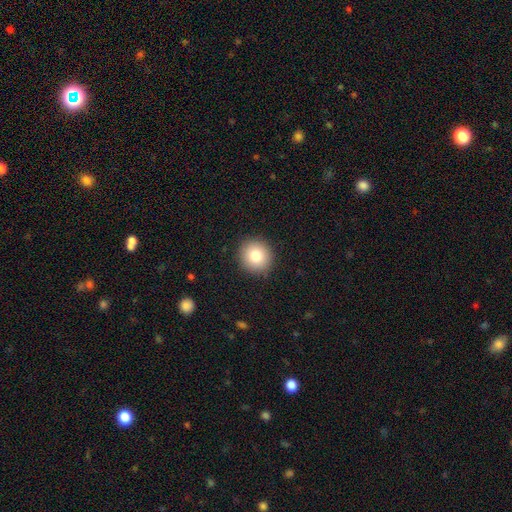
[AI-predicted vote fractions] This appears to be a smooth galaxy with no disk features (81%) that is round (91%). Merging: none (91%).